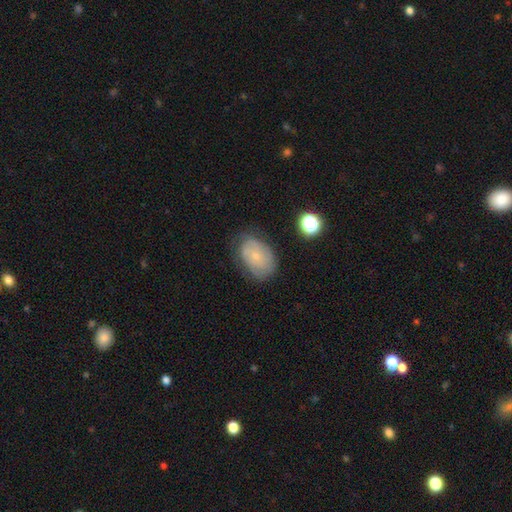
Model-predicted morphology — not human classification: smooth-or-featured: smooth: 52% | featured or disk: 39% | star or artifact: 9%
  how-rounded: in between: 82% | round: 17% | cigar-shaped: 1%
  merging: none: 67% | minor disturbance: 23% | major disturbance: 8% | merger: 2%